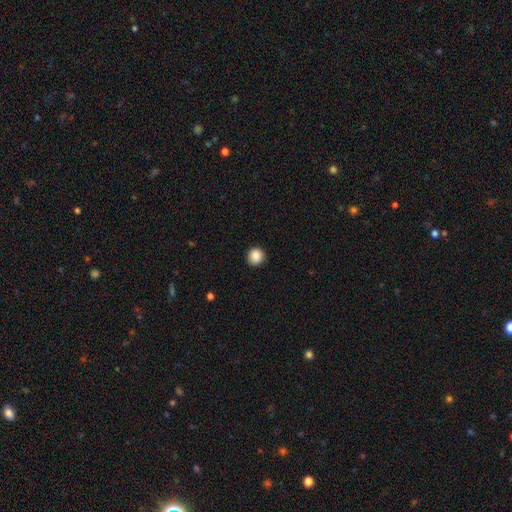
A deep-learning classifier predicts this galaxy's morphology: smooth 87%, star or artifact 10%, featured or disk 3%. Down the decision tree: how rounded — round (92%); merging — none (92%).